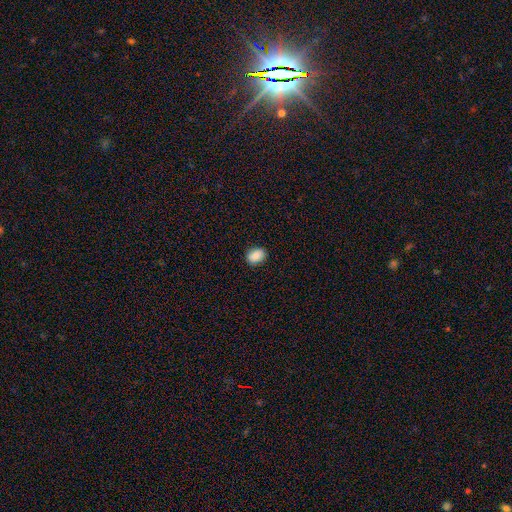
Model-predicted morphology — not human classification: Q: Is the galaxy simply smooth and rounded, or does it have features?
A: smooth — 88%.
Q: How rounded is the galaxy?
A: in between — 67%.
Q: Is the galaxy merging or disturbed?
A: none — 86%.